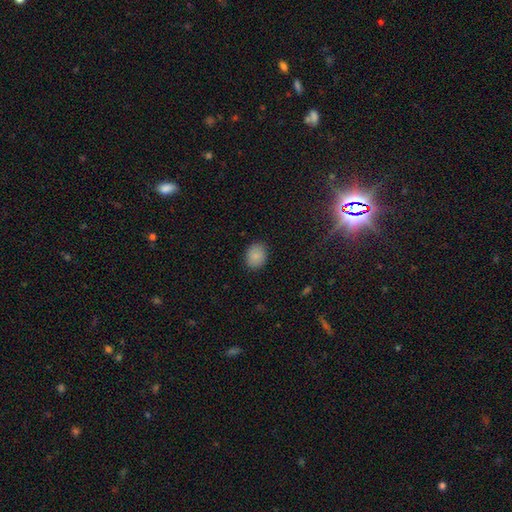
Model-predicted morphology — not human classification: Smooth or featured?
  - smooth: 87% *
  - star or artifact: 9%
  - featured or disk: 5%
How rounded?
  - in between: 51% *
  - round: 48%
  - cigar-shaped: 1%
Merging?
  - none: 88% *
  - minor disturbance: 9%
  - major disturbance: 2%
  - merger: 1%